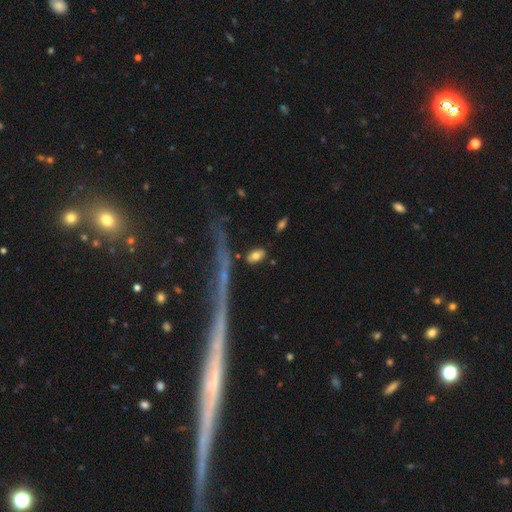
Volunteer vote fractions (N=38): Q: Smooth or featured?
A: smooth (84%); runner-up: featured or disk (13%)
Q: How rounded?
A: in between (94%); runner-up: round (3%)
Q: Merging?
A: none (65%); runner-up: minor disturbance (22%)